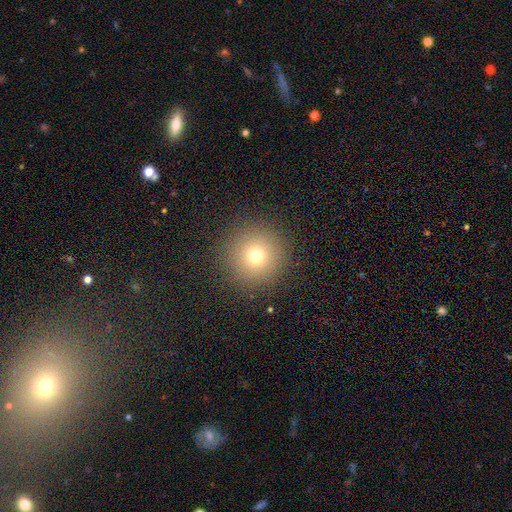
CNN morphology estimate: Smooth or featured? smooth (71%)
How rounded? round (96%)
Merging? none (90%)